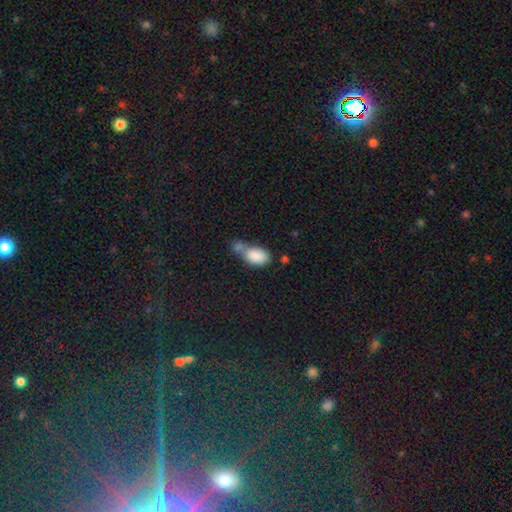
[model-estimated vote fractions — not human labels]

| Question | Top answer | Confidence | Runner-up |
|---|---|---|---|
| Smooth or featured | smooth | 85% | star or artifact (8%) |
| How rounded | in between | 91% | round (7%) |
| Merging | merger | 48% | none (31%) |